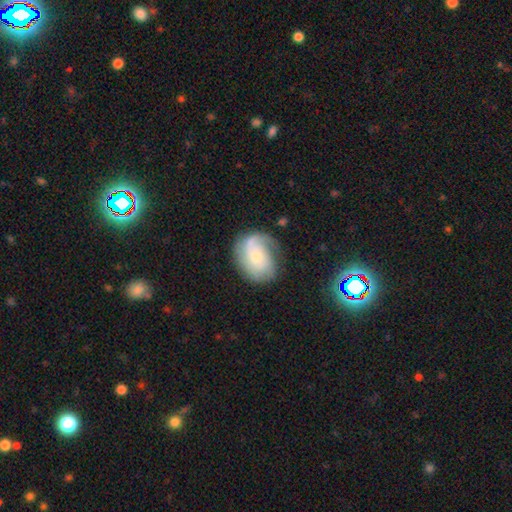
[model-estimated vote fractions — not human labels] smooth-or-featured: featured or disk: 66% | smooth: 27% | star or artifact: 8%
  disk-edge-on: no: 97% | yes: 3%
    bar: no: 71% | weak: 24% | strong: 5%
    has-spiral-arms: yes: 89% | no: 11%
      spiral-winding: tight: 42% | medium: 37% | loose: 21%
      spiral-arm-count: 2: 32% | can't tell: 27% | 1: 23% | 3: 13% | 4: 3% | more than 4: 3%
    bulge-size: small: 68% | moderate: 23% | none: 4% | large: 3% | dominant: 1%
  merging: none: 59% | minor disturbance: 24% | major disturbance: 14% | merger: 2%